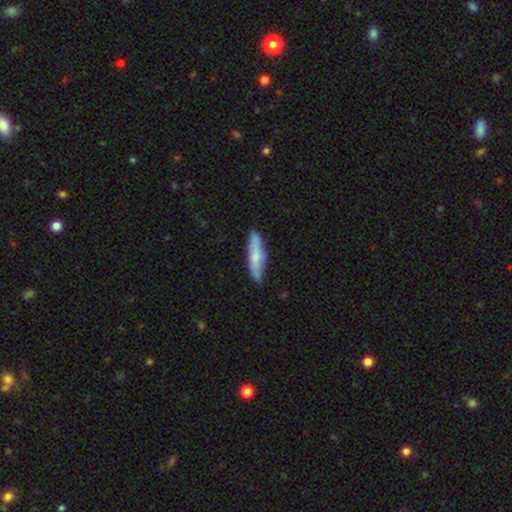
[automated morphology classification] smooth 65%, featured or disk 30%, star or artifact 5%. Down the decision tree: how rounded — cigar-shaped (75%); merging — none (82%).